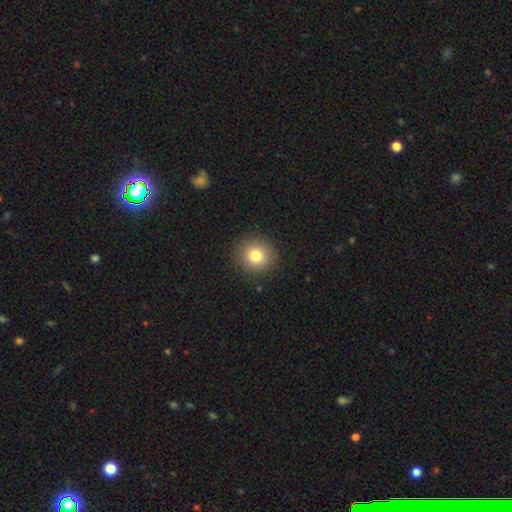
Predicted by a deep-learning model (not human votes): This is clearly a smooth galaxy (80%). How rounded: clearly round (92%). Merging: clearly none (91%).